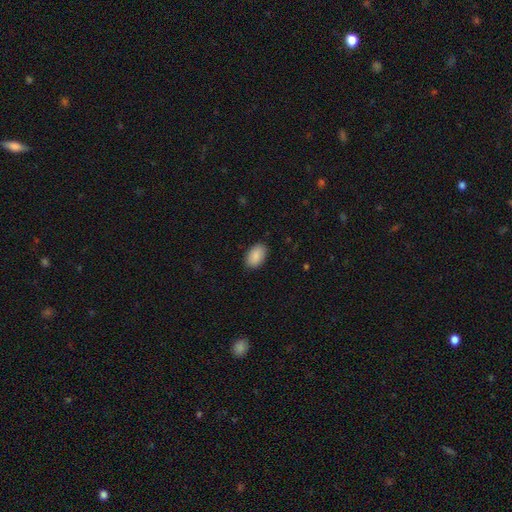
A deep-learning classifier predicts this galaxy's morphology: type=smooth (90%); roundness=in between (92%); merging=none (88%).